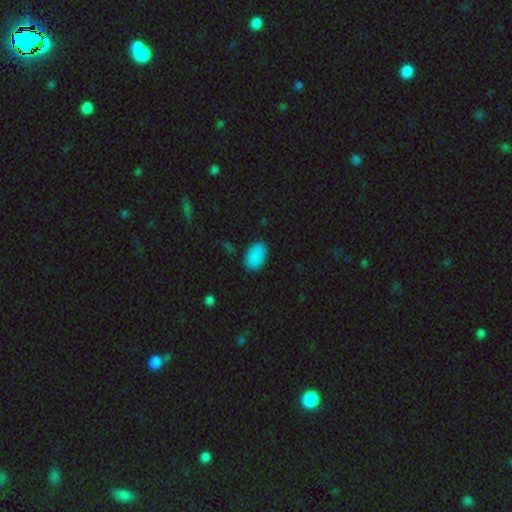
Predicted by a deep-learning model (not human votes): A smooth galaxy with no disk features (87%) that is in between round and cigar-shaped (91%).

Vote fractions:
- Smooth or featured? smooth: 87% / star or artifact: 10% / featured or disk: 4%
- How rounded? in between: 91% / round: 7% / cigar-shaped: 1%
- Merging? none: 84% / minor disturbance: 12% / major disturbance: 3% / merger: 2%